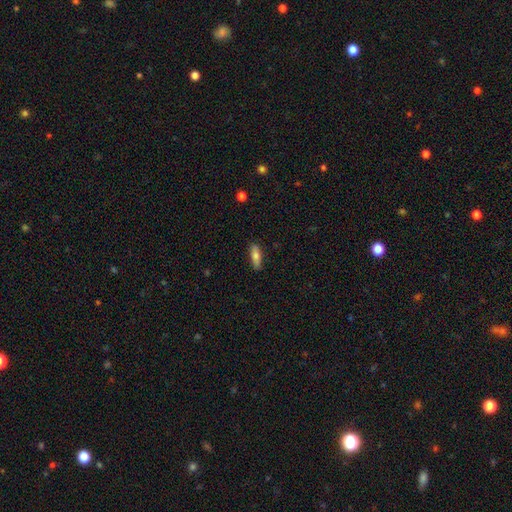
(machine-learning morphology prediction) A smooth galaxy with no disk features (73%) that is in between round and cigar-shaped (51%). Merging: none (87%).